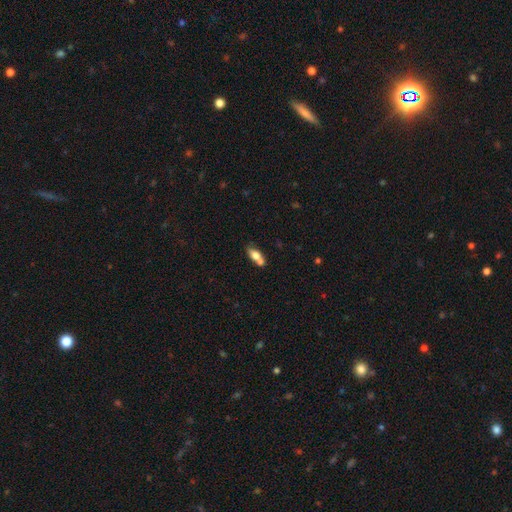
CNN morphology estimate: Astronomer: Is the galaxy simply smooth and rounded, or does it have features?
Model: smooth — 69%.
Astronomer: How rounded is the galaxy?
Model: in between — 80%.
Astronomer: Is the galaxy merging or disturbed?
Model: none — 44% (runner-up: merger, 37%).